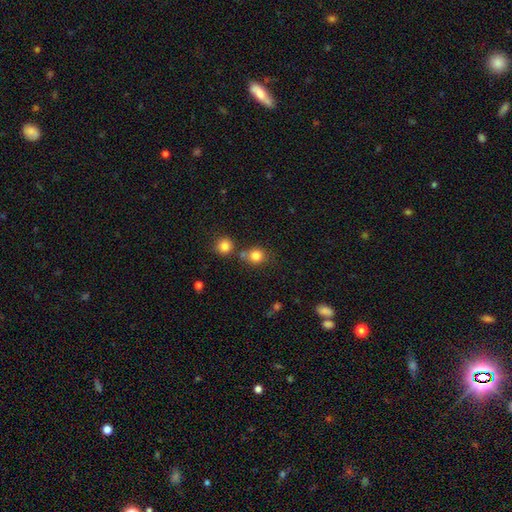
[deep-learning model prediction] Overall: smooth (82%). How rounded: round (79%). Merging: none (64%).